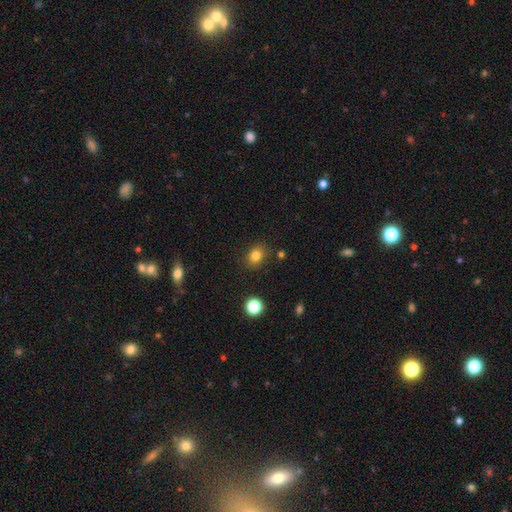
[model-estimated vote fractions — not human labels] smooth_or_featured: smooth (p=0.81) [alt: star or artifact p=0.13]
how_rounded: round (p=0.56) [alt: in between p=0.43]
merging: none (p=0.84) [alt: minor disturbance p=0.11]